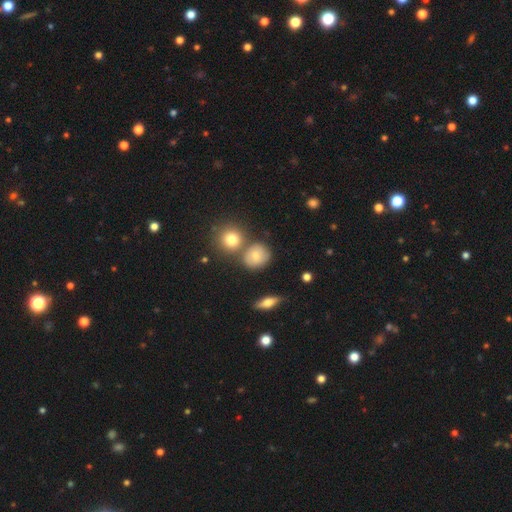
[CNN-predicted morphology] The model was most divided on "smooth or featured": smooth: 69%, featured or disk: 19%, star or artifact: 12%. More confident: how rounded — round (78%); merging — none (69%).